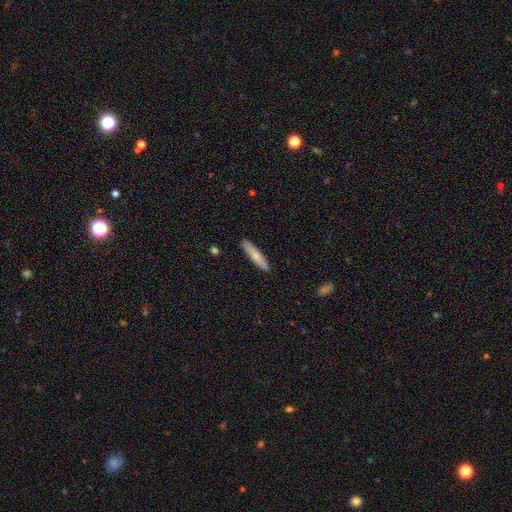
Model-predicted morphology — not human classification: smooth_or_featured: smooth (p=0.74) [alt: featured or disk p=0.20]
how_rounded: cigar-shaped (p=0.86) [alt: in between p=0.12]
merging: none (p=0.90) [alt: minor disturbance p=0.07]